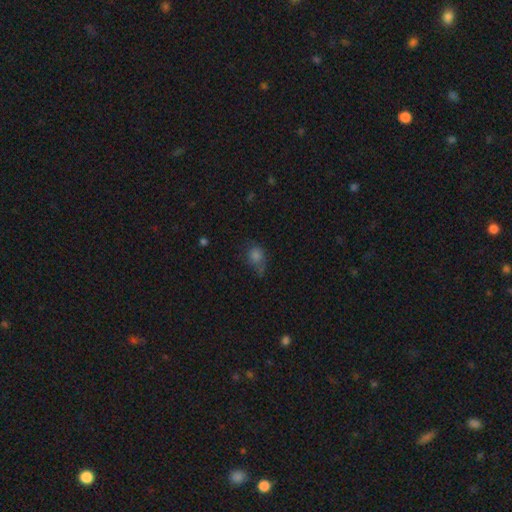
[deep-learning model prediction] Smooth or featured? Predicted: smooth (p=0.70). How rounded? Predicted: round (p=0.52). Merging? Predicted: none (p=0.49).